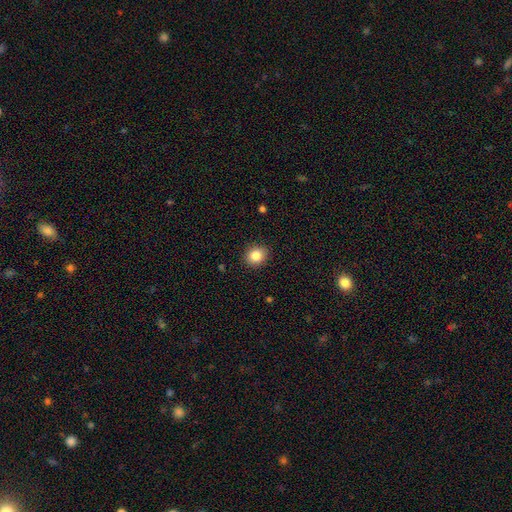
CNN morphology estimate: A smooth galaxy with no disk features (85%) that is round (72%). Merging: none (90%).